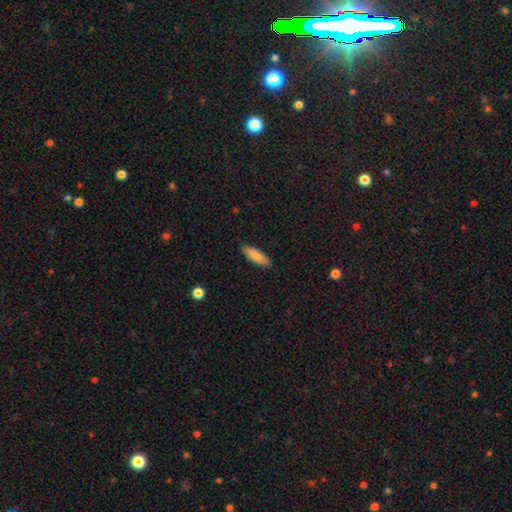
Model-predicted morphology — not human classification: Q: Smooth or featured?
A: smooth (85%); runner-up: featured or disk (9%)
Q: How rounded?
A: in between (54%); runner-up: cigar-shaped (44%)
Q: Merging?
A: none (88%); runner-up: minor disturbance (9%)